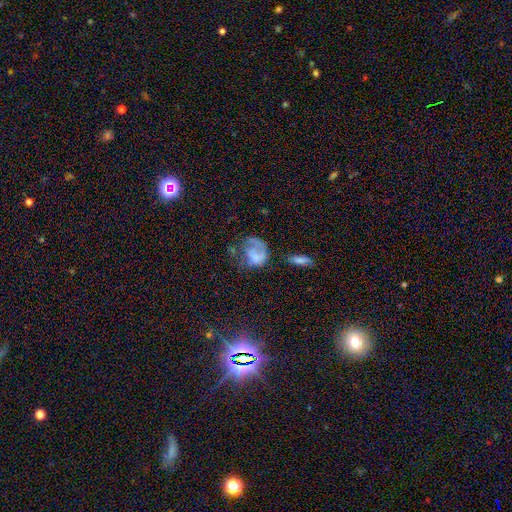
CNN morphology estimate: smooth-or-featured: smooth: 49% | featured or disk: 41% | star or artifact: 10%
  merging: major disturbance: 41% | none: 30% | minor disturbance: 22% | merger: 6%